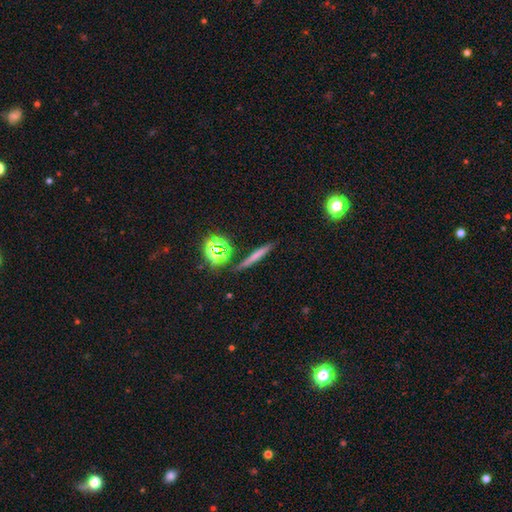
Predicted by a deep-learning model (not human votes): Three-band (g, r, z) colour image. It shows a smooth galaxy with no disk features (60%) that is cigar-shaped (90%). Merging: none (85%).